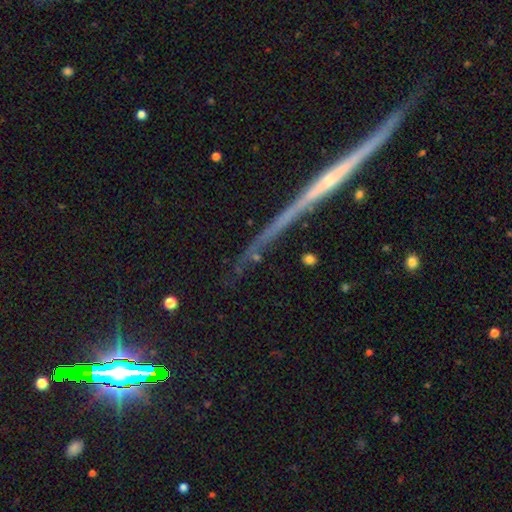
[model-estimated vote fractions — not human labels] The model was most divided on "smooth or featured": star or artifact: 42%, featured or disk: 34%, smooth: 24%.